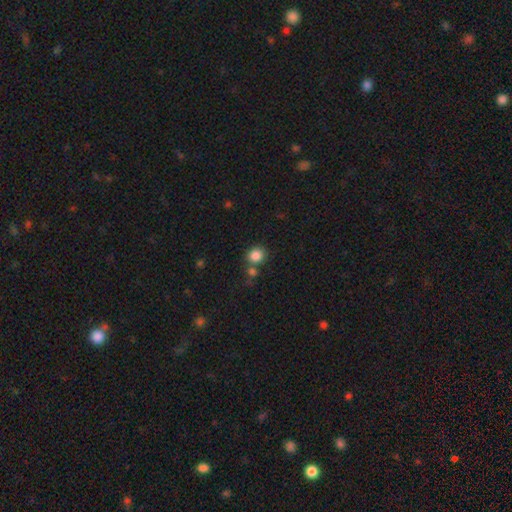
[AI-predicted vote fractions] Overall: smooth (85%). How rounded: round (79%). Merging: none (70%).